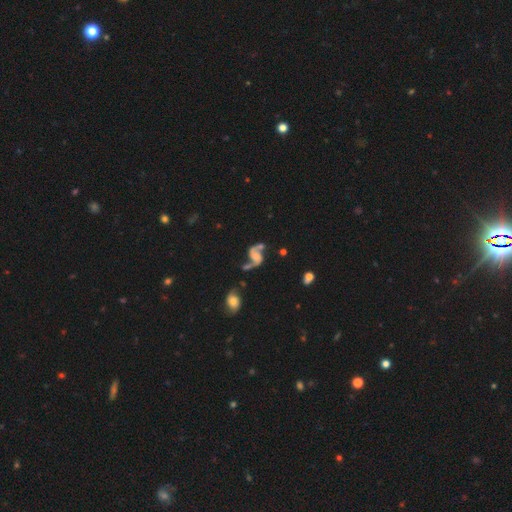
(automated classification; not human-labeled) Smooth or featured? featured or disk (86%)
Edge-on disk? no (98%)
Bar? no (54%)
Spiral arms? yes (95%)
Spiral winding? loose (68%)
Spiral arm count? 2 (91%)
Bulge size? none (56%)
Merging? none (49%)